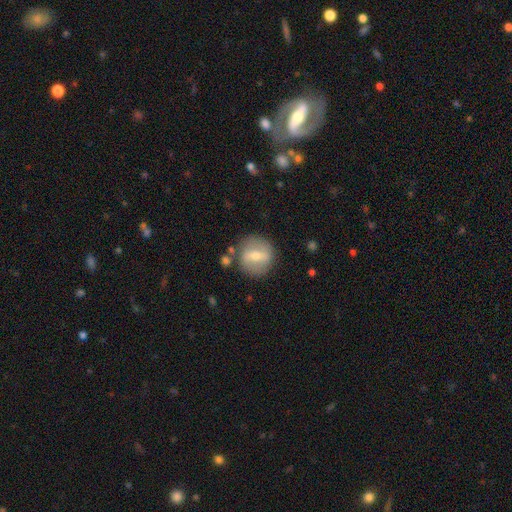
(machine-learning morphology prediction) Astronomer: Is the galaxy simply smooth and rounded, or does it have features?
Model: smooth — 48% (runner-up: featured or disk, 44%).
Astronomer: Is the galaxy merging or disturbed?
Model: none — 81%.